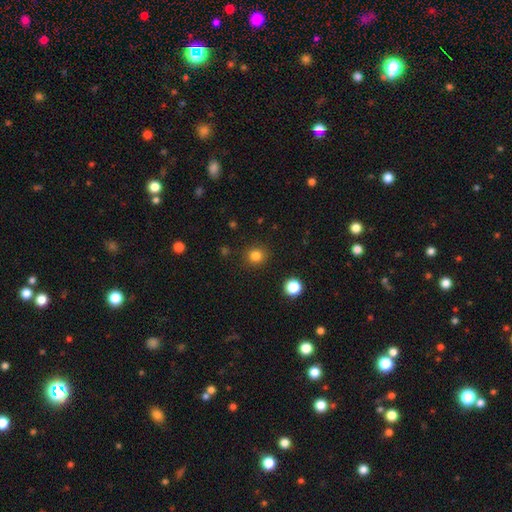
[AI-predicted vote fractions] smooth-or-featured: smooth: 83% | star or artifact: 13% | featured or disk: 5%
  how-rounded: round: 89% | in between: 10% | cigar-shaped: 1%
  merging: none: 90% | minor disturbance: 7% | major disturbance: 2% | merger: 1%